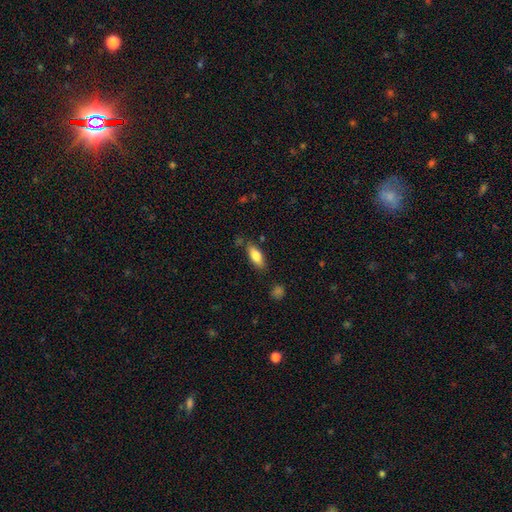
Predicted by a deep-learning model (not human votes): This appears to be a smooth galaxy with no disk features (79%) that is in between round and cigar-shaped (75%). Merging: none (79%).